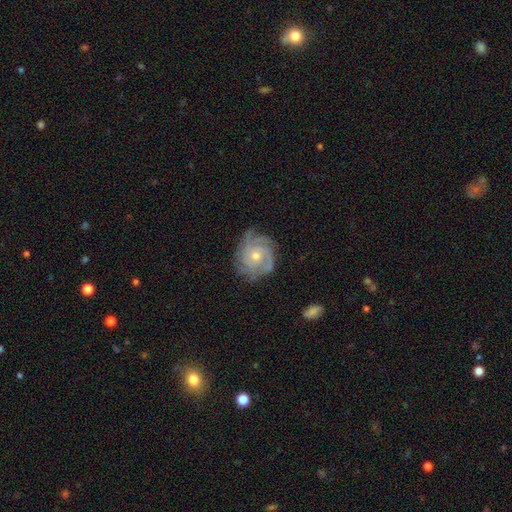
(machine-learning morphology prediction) This appears to be a featured or disk galaxy (86%) with no bar (78%), 3 (36%) tight (68%) spiral arms (97%) and a small central bulge (56%). Merging: none (75%).